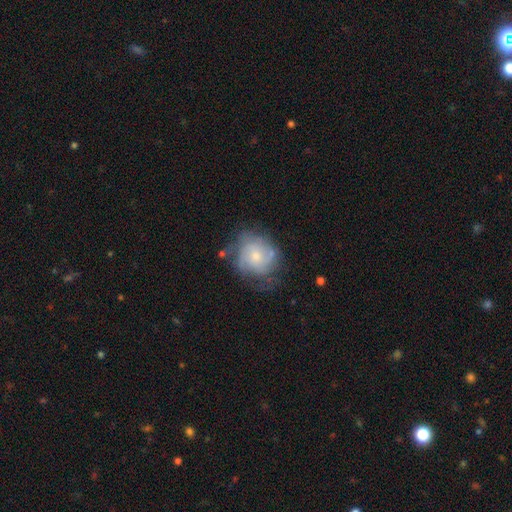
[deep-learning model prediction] smooth_or_featured: featured or disk (p=0.60) [alt: smooth p=0.32]
disk_edge_on: no (p=0.97) [alt: yes p=0.03]
bar: no (p=0.77) [alt: weak p=0.20]
has_spiral_arms: yes (p=0.78) [alt: no p=0.22]
bulge_size: small (p=0.51) [alt: moderate p=0.40]
merging: none (p=0.59) [alt: minor disturbance p=0.25]